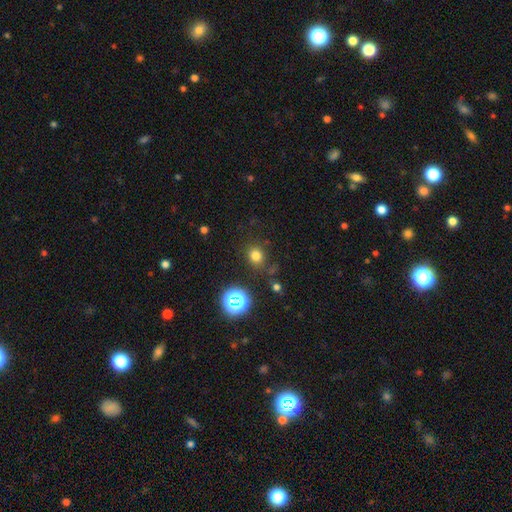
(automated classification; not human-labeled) Q: Smooth or featured?
A: smooth (73%); runner-up: star or artifact (21%)
Q: How rounded?
A: round (80%); runner-up: in between (19%)
Q: Merging?
A: none (80%); runner-up: minor disturbance (11%)